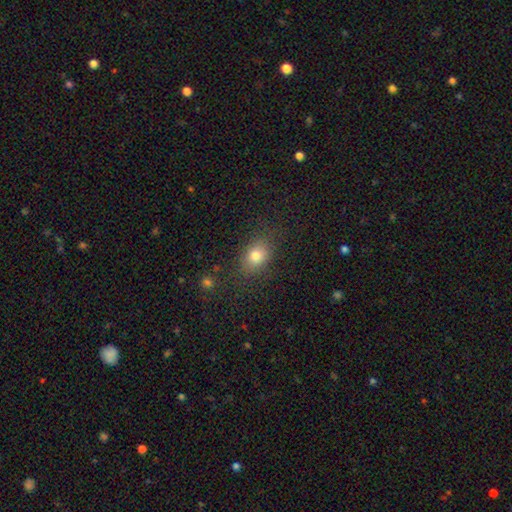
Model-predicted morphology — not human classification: type=smooth (78%); roundness=in between (62%); merging=none (80%).